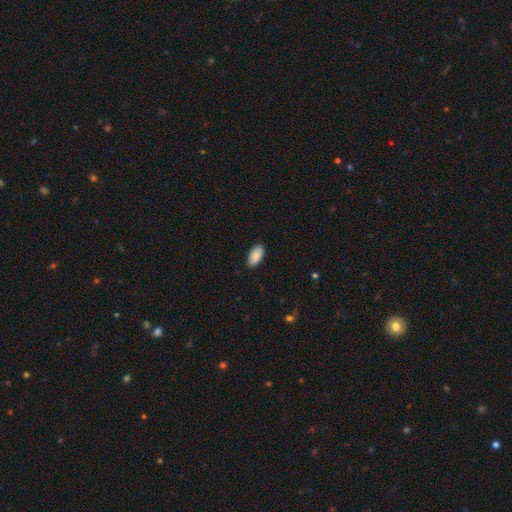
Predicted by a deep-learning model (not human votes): smooth_or_featured: smooth (p=0.89) [alt: star or artifact p=0.06]
how_rounded: in between (p=0.95) [alt: cigar-shaped p=0.02]
merging: none (p=0.87) [alt: minor disturbance p=0.10]